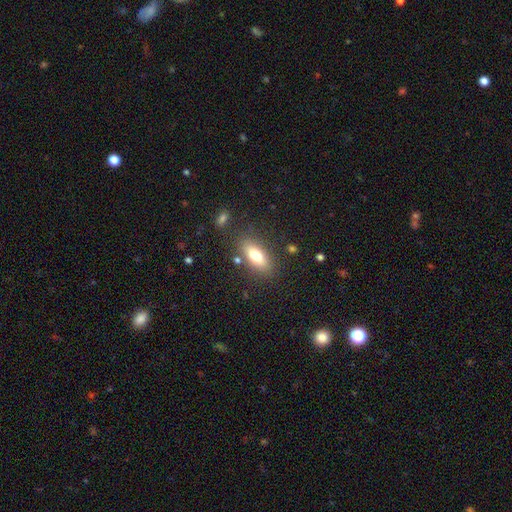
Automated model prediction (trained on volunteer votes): A smooth galaxy with no disk features (74%) that is in between round and cigar-shaped (78%). Merging: none (81%).